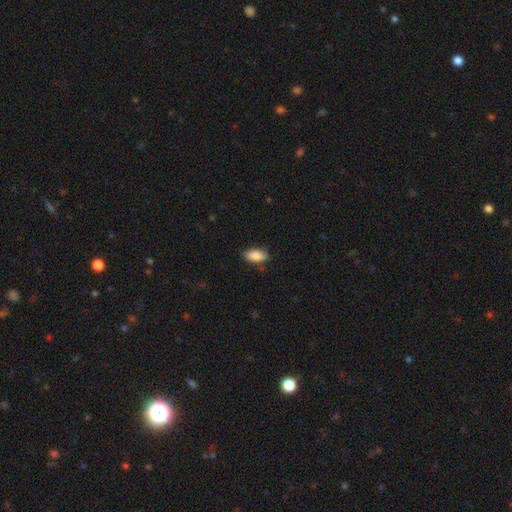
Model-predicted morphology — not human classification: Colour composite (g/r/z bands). It shows a smooth galaxy with no disk features (87%) that is in between round and cigar-shaped (90%). Merging: none (75%).